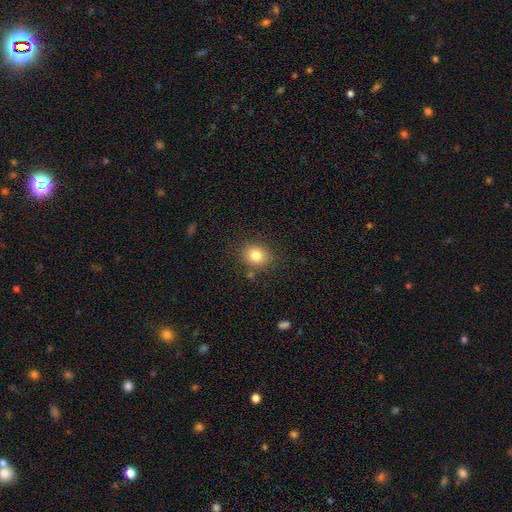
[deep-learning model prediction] smooth_or_featured: smooth (p=0.80) [alt: star or artifact p=0.11]
how_rounded: round (p=0.66) [alt: in between p=0.34]
merging: none (p=0.82) [alt: minor disturbance p=0.11]